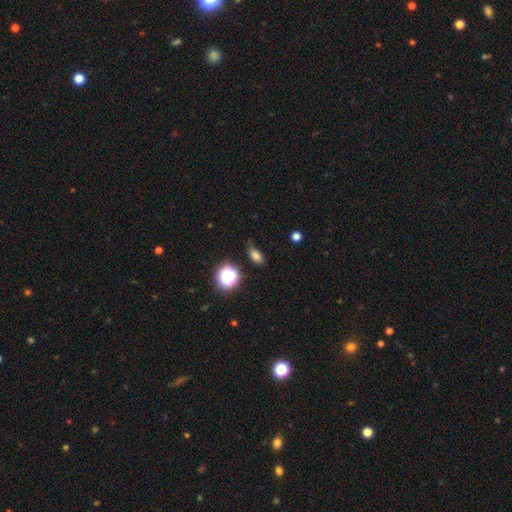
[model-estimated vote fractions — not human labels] smooth 77%, star or artifact 16%, featured or disk 7%. Down the decision tree: how rounded — in between (80%); merging — none (74%).